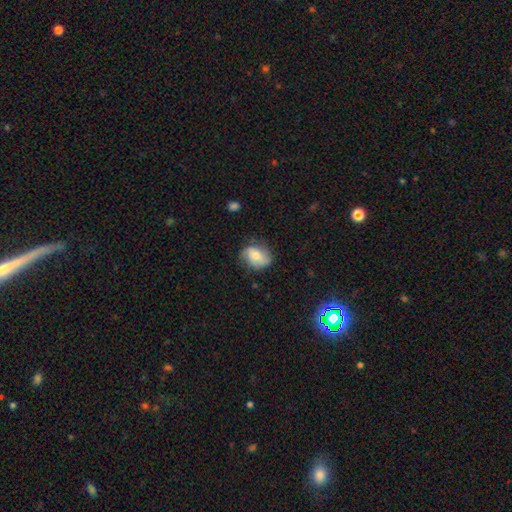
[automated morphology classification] Smooth or featured?
  - smooth: 59% *
  - featured or disk: 33%
  - star or artifact: 8%
How rounded?
  - in between: 59% *
  - round: 40%
  - cigar-shaped: 1%
Merging?
  - none: 66% *
  - minor disturbance: 25%
  - major disturbance: 7%
  - merger: 1%